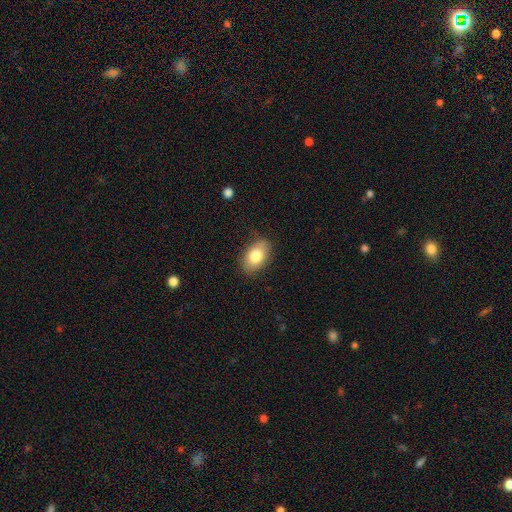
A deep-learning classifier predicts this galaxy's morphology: type=smooth (80%); roundness=in between (90%); merging=none (84%).